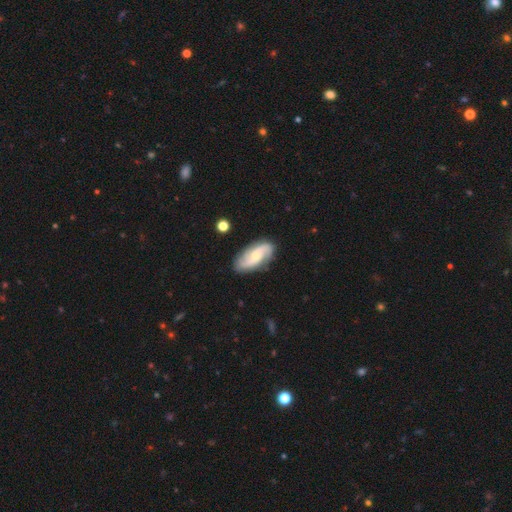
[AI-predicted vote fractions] Overall: featured or disk (76%). Edge-on disk: no (95%). Bar: no (58%; weak 34%). Spiral arms: yes (95%). Spiral arm count: 2 (66%). Spiral winding: medium (40%; loose 38%). Bulge size: small (57%; moderate 38%). Merging: none (80%).